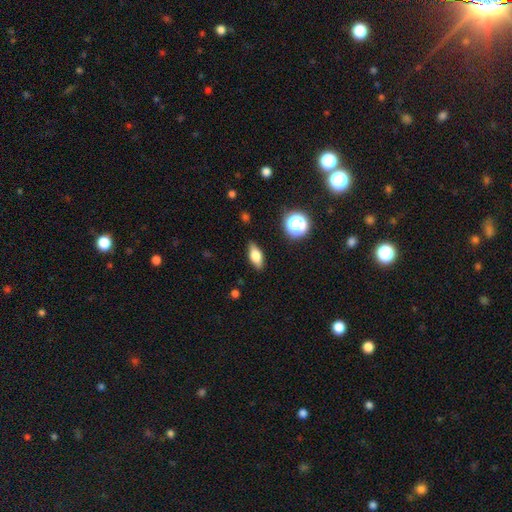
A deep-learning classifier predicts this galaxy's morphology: Smooth or featured? smooth (68%)
How rounded? in between (74%)
Merging? none (85%)